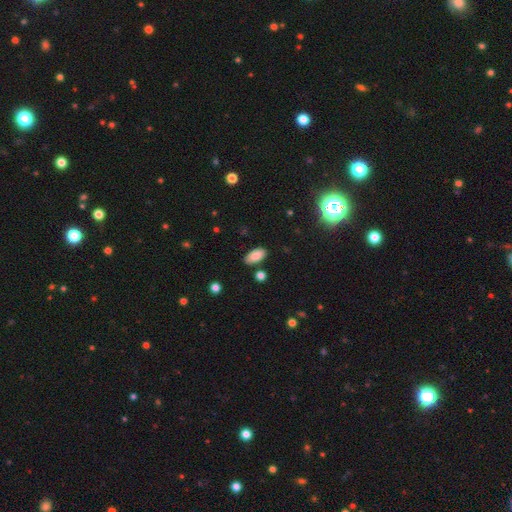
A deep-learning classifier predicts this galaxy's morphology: A smooth galaxy with no disk features (85%) that is in between round and cigar-shaped (93%). Merging: none (83%).